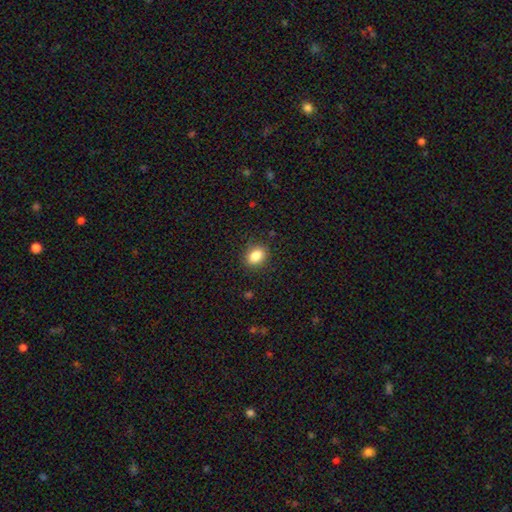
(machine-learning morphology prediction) A smooth galaxy with no disk features (86%) that is in between round and cigar-shaped (70%).

Vote fractions:
- Smooth or featured? smooth: 86% / star or artifact: 9% / featured or disk: 5%
- How rounded? in between: 70% / round: 28% / cigar-shaped: 1%
- Merging? none: 87% / minor disturbance: 10% / major disturbance: 3% / merger: 1%